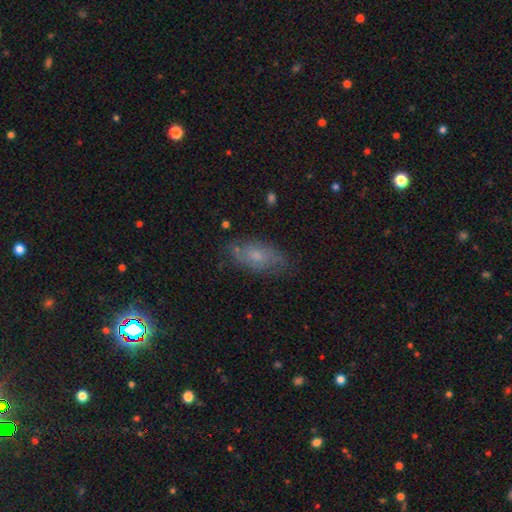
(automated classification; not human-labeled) A smooth galaxy with no disk features (51%) that is in between round and cigar-shaped (85%).

Vote fractions:
- Smooth or featured? smooth: 51% / featured or disk: 38% / star or artifact: 12%
- How rounded? in between: 85% / cigar-shaped: 10% / round: 6%
- Merging? none: 71% / minor disturbance: 21% / major disturbance: 7% / merger: 2%